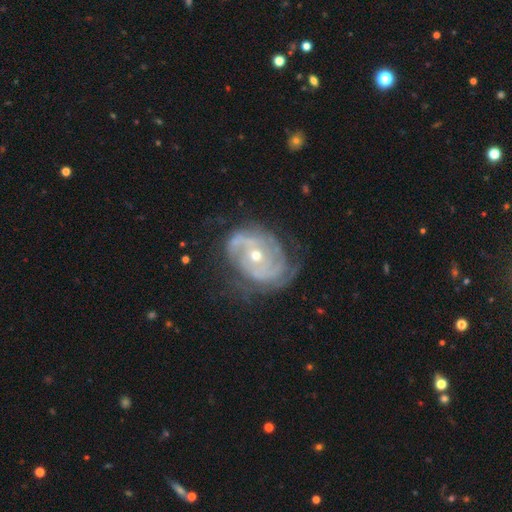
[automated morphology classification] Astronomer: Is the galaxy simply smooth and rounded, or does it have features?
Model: featured or disk — 87%.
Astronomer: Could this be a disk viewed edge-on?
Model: no — 97%.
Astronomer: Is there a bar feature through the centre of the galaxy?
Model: no — 69%.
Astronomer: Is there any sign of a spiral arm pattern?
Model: yes — 92%.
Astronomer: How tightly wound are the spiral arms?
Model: tight — 58%.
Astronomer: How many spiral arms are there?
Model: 2 — 39% (runner-up: can't tell, 29%).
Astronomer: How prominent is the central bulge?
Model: moderate — 51% (runner-up: small, 46%).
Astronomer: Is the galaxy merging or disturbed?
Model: none — 60%.